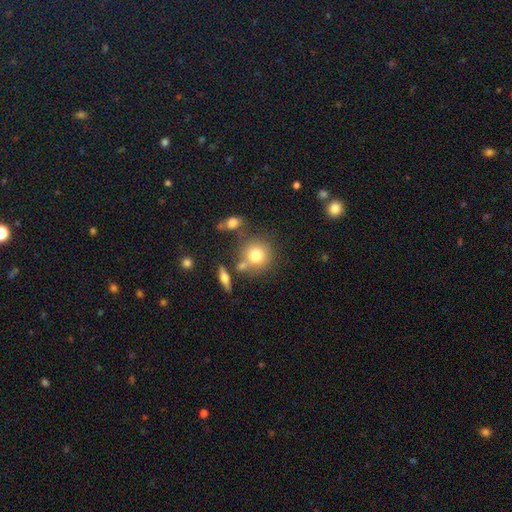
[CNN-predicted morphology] This is likely a smooth galaxy (76%). How rounded: clearly round (88%). Merging: likely none (66%).